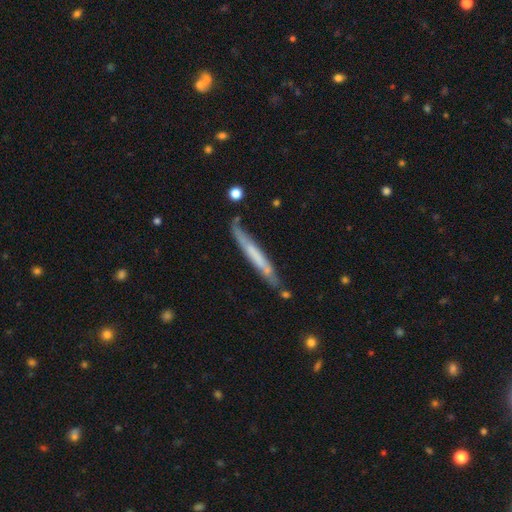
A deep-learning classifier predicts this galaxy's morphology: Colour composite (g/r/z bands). It shows a featured or disk galaxy (51%) viewed edge-on (86%). Merging: none (70%).